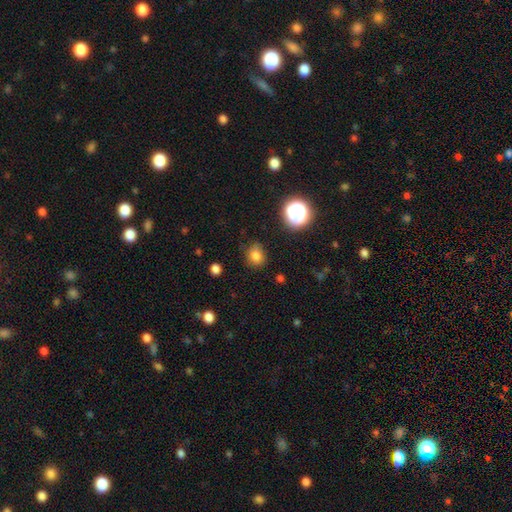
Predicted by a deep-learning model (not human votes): smooth-or-featured: smooth: 80% | star or artifact: 14% | featured or disk: 6%
  how-rounded: round: 71% | in between: 28% | cigar-shaped: 1%
  merging: none: 78% | minor disturbance: 16% | major disturbance: 4% | merger: 2%